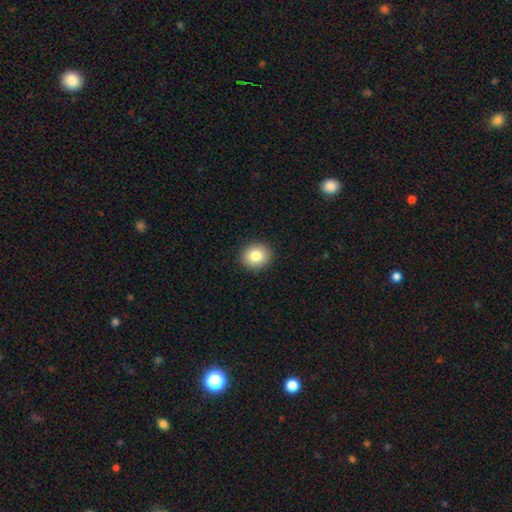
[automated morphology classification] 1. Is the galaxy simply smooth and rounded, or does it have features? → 83% smooth, 9% star or artifact, 8% featured or disk.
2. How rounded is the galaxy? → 79% round, 20% in between, 1% cigar-shaped.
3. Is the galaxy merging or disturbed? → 92% none, 6% minor disturbance, 2% major disturbance, 1% merger.